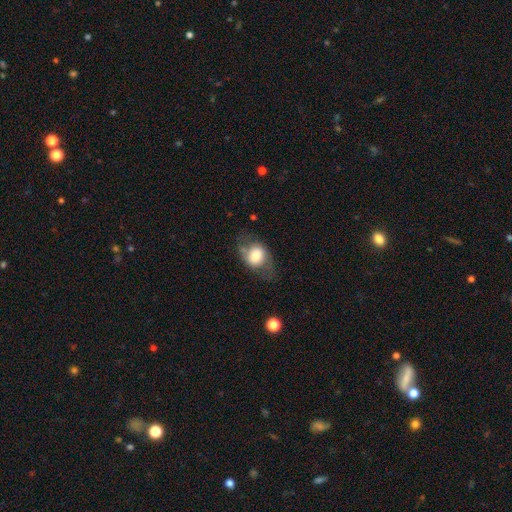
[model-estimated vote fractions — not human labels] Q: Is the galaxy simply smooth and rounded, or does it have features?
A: smooth — 64%.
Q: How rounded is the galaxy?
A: in between — 56%.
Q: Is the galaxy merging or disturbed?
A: none — 58%.